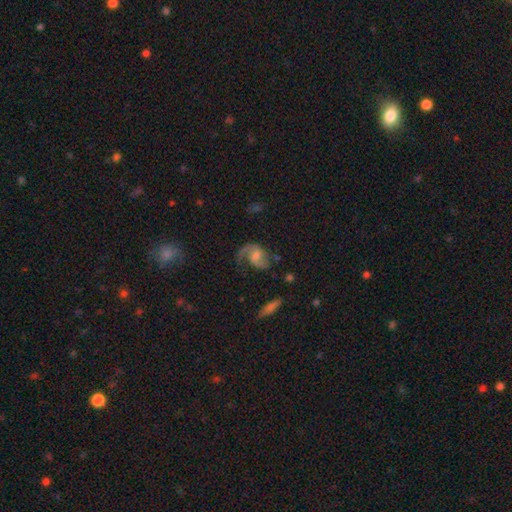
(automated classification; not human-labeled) Smooth or featured? featured or disk (80%)
Edge-on disk? no (97%)
Bar? no (46%)
Spiral arms? yes (94%)
Spiral winding? loose (45%)
Spiral arm count? 2 (68%)
Bulge size? moderate (39%, tied with small)
Merging? none (54%)